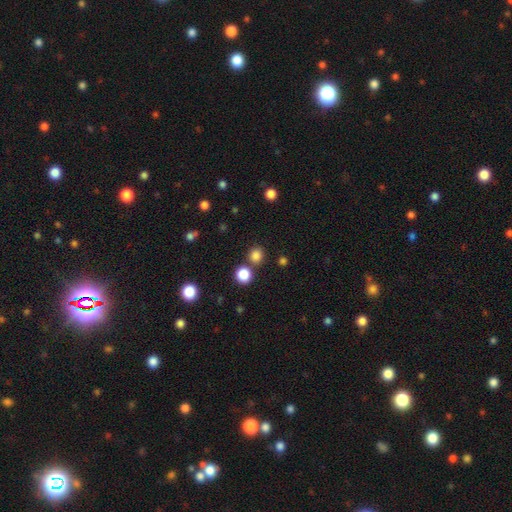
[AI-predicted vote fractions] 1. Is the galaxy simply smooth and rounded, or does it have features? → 82% smooth, 15% star or artifact, 4% featured or disk.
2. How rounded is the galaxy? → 88% round, 11% in between, 1% cigar-shaped.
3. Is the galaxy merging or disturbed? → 77% none, 13% merger, 7% minor disturbance, 3% major disturbance.